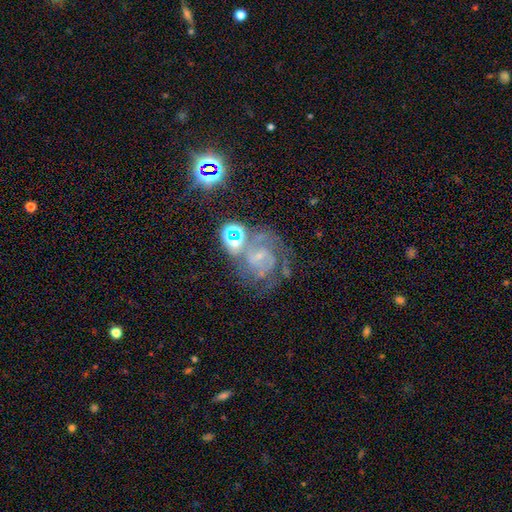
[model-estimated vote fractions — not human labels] This is likely a featured or disk galaxy (72%). It is clearly not viewed edge-on (98%). Bar: possibly no (56%). Spiral arm pattern: clearly yes (89%). Spiral arm count: marginally 2 (37%). Spiral winding: possibly tight (54%). Central bulge: likely small (64%). Merging: marginally none (40%).